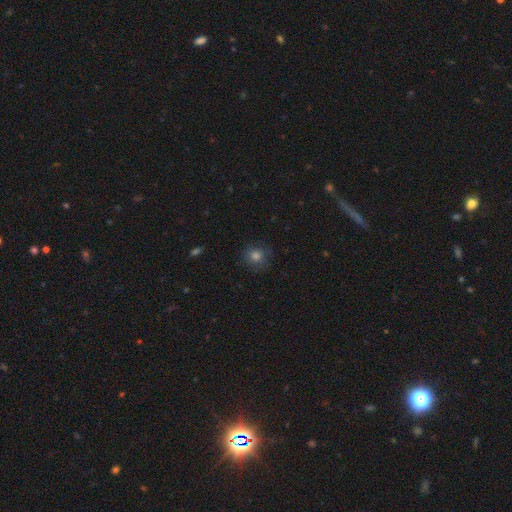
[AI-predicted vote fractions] Smooth or featured?
  - smooth: 77% *
  - star or artifact: 16%
  - featured or disk: 7%
How rounded?
  - round: 89% *
  - in between: 10%
  - cigar-shaped: 1%
Merging?
  - none: 84% *
  - minor disturbance: 12%
  - major disturbance: 3%
  - merger: 1%